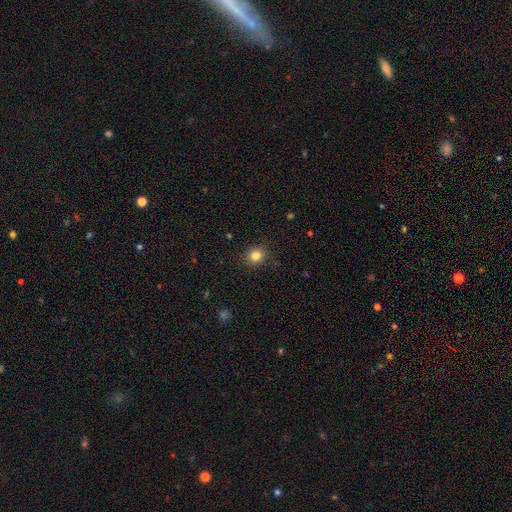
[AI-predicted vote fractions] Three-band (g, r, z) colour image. It shows a smooth galaxy with no disk features (83%) that is round (80%). Merging: none (87%).